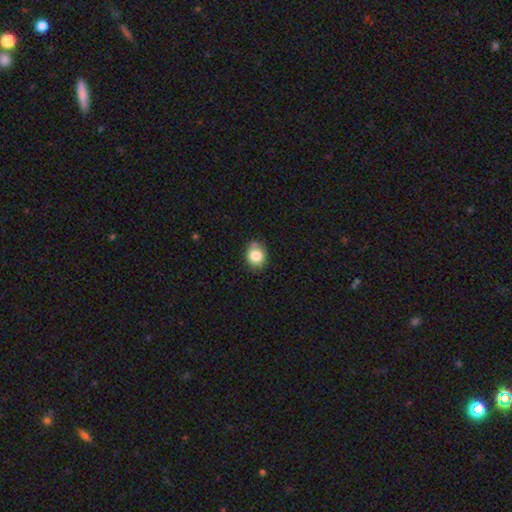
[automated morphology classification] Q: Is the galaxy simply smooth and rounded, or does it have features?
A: smooth — 81%.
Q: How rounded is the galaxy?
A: round — 62%.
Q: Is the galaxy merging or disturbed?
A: none — 72%.